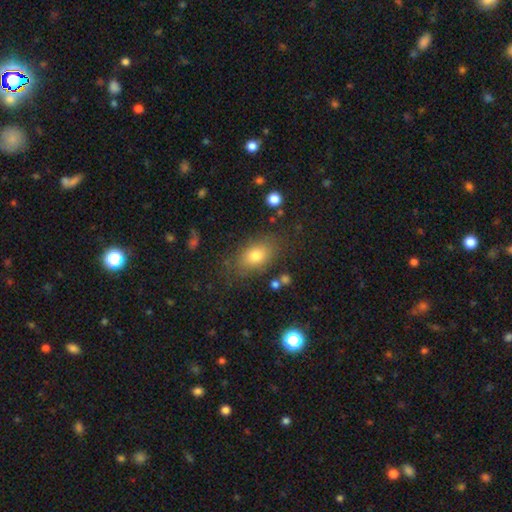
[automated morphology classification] smooth 76%, featured or disk 13%, star or artifact 11%. Down the decision tree: how rounded — in between (81%); merging — none (77%).